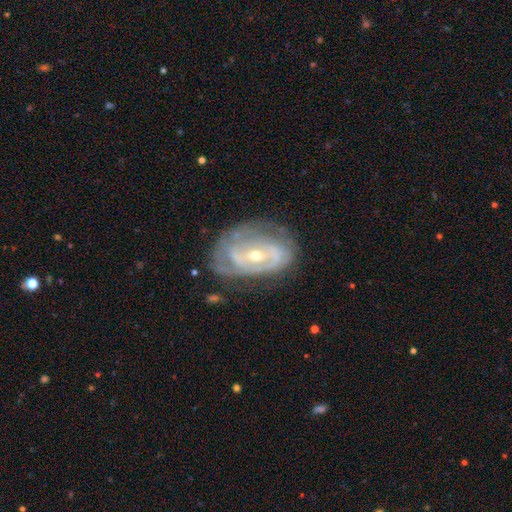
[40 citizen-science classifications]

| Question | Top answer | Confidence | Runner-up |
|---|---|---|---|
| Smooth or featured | featured or disk | 90% | smooth (10%) |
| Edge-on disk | no | 94% | yes (6%) |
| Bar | no | 74% | weak (21%) |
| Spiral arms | yes | 71% | no (29%) |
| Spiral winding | tight | 67% | medium (29%) |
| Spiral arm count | can't tell | 58% | 2 (17%) |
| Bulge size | small | 59% | moderate (38%) |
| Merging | none | 57% | major disturbance (25%) |